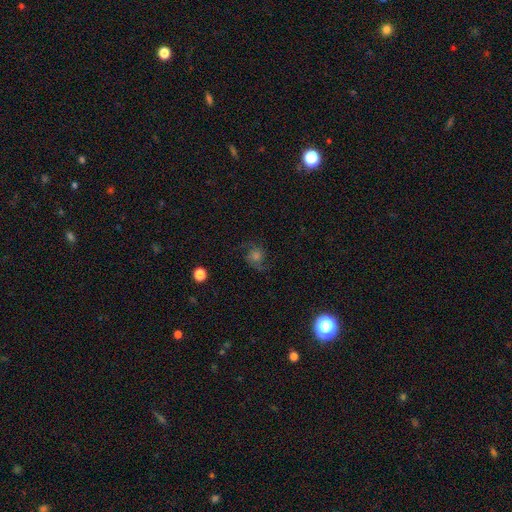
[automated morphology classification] smooth-or-featured: featured or disk: 56% | smooth: 22% | star or artifact: 22%
  disk-edge-on: no: 96% | yes: 4%
    bar: no: 71% | weak: 24% | strong: 4%
    has-spiral-arms: yes: 92% | no: 8%
    bulge-size: moderate: 44% | small: 26% | large: 17% | none: 9% | dominant: 4%
  merging: none: 72% | minor disturbance: 16% | major disturbance: 11% | merger: 1%